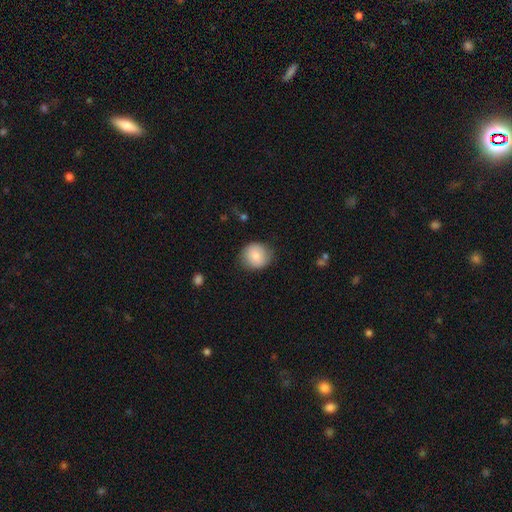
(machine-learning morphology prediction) Smooth or featured? Predicted: smooth (p=0.79). How rounded? Predicted: round (p=0.86). Merging? Predicted: none (p=0.80).